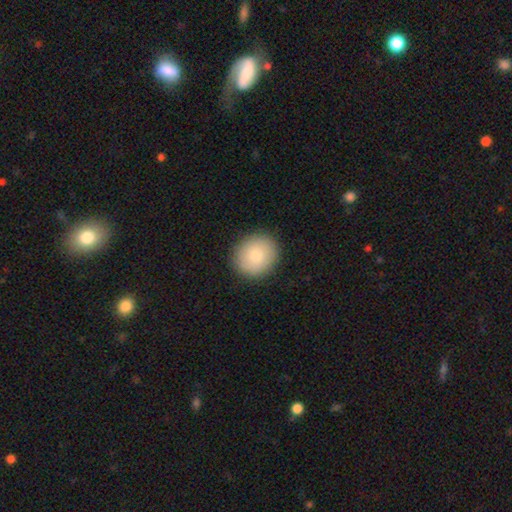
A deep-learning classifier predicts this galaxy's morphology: Smooth or featured? Predicted: smooth (p=0.82). How rounded? Predicted: round (p=0.82). Merging? Predicted: none (p=0.90).